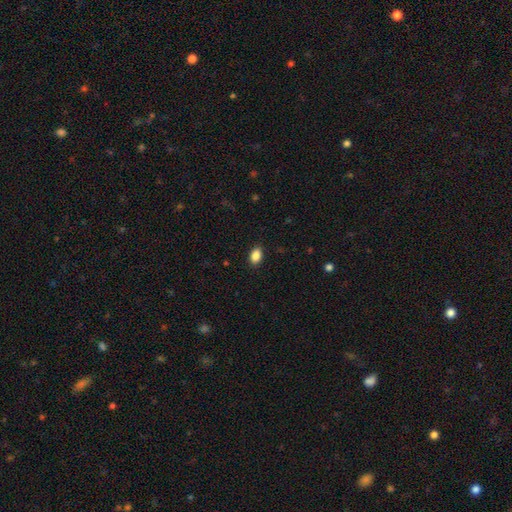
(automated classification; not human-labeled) Morphology: type=smooth (88%); roundness=in between (87%); merging=none (88%).